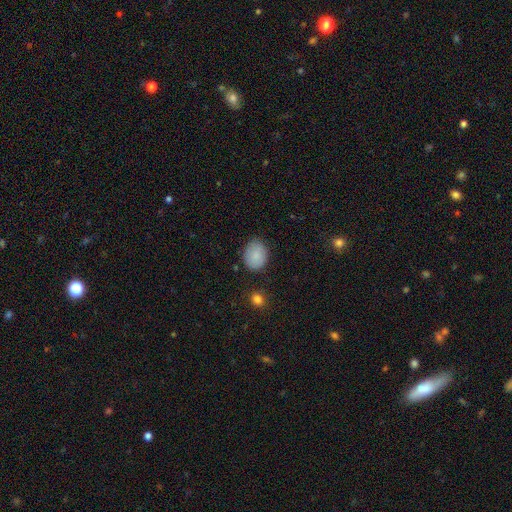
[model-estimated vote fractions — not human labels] smooth_or_featured: smooth (p=0.87) [alt: star or artifact p=0.07]
how_rounded: in between (p=0.53) [alt: round p=0.46]
merging: none (p=0.81) [alt: minor disturbance p=0.14]